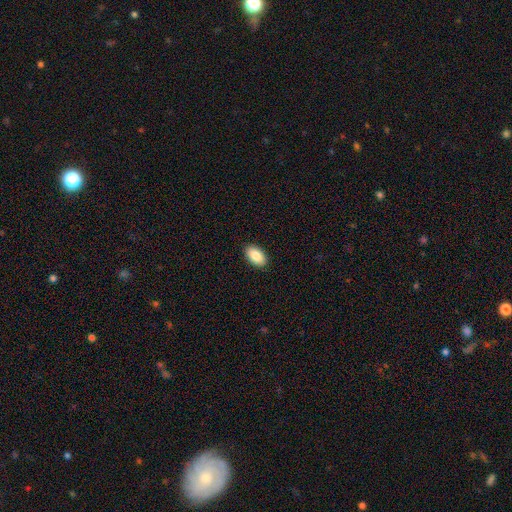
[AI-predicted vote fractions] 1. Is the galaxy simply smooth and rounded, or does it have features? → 88% smooth, 6% star or artifact, 6% featured or disk.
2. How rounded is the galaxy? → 94% in between, 4% round, 2% cigar-shaped.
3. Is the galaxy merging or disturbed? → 90% none, 7% minor disturbance, 2% major disturbance, 1% merger.